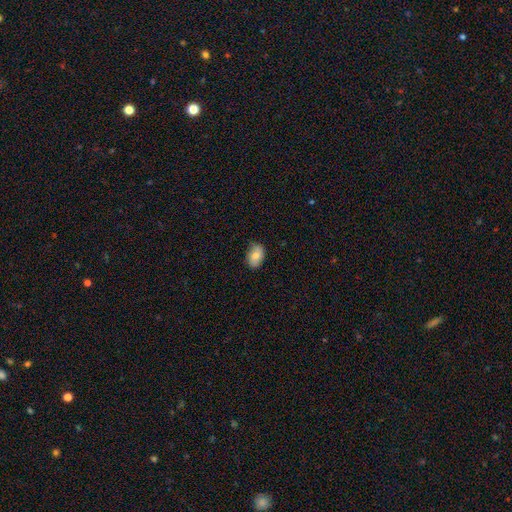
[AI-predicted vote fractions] A smooth galaxy with no disk features (79%) that is in between round and cigar-shaped (85%).

Vote fractions:
- Smooth or featured? smooth: 79% / featured or disk: 14% / star or artifact: 8%
- How rounded? in between: 85% / round: 14% / cigar-shaped: 1%
- Merging? none: 77% / minor disturbance: 19% / major disturbance: 3% / merger: 1%